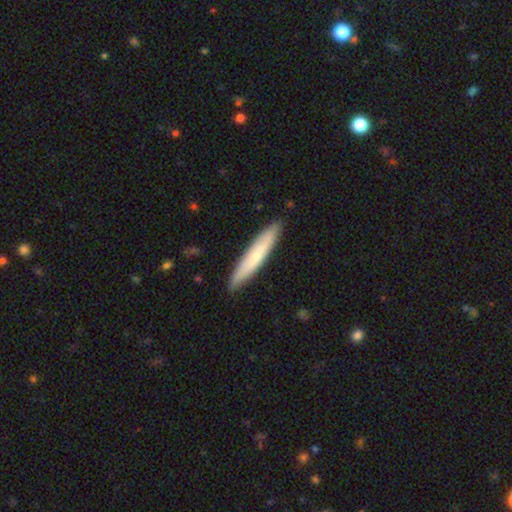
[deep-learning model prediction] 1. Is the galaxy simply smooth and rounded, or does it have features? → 64% smooth, 30% featured or disk, 5% star or artifact.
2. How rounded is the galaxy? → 92% cigar-shaped, 7% in between, 1% round.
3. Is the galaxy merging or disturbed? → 89% none, 9% minor disturbance, 1% major disturbance, 1% merger.